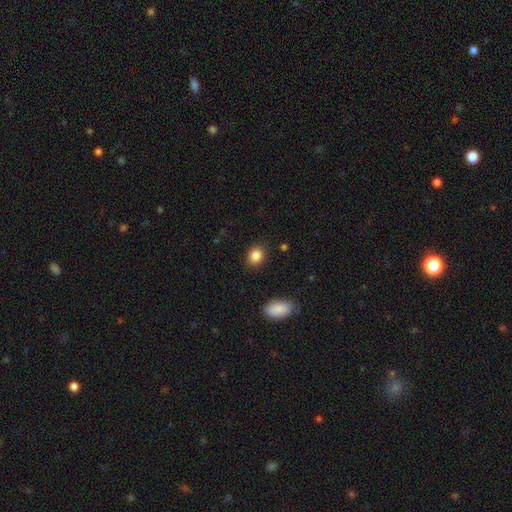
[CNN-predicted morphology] A smooth galaxy with no disk features (86%) that is round (52%).

Vote fractions:
- Smooth or featured? smooth: 86% / star or artifact: 9% / featured or disk: 5%
- How rounded? round: 52% / in between: 46% / cigar-shaped: 1%
- Merging? none: 88% / minor disturbance: 8% / major disturbance: 2% / merger: 1%